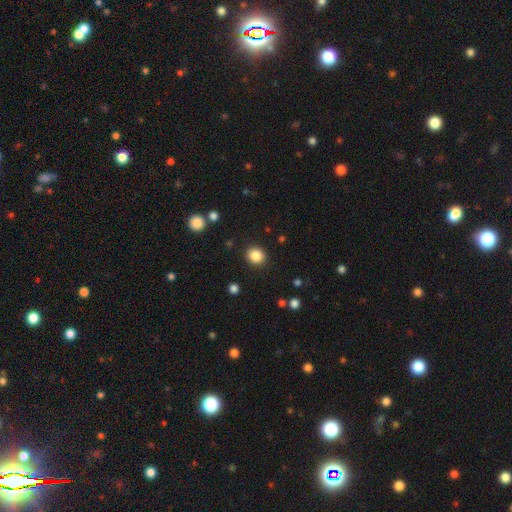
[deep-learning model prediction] Morphology: type=smooth (86%); roundness=round (76%); merging=none (89%).